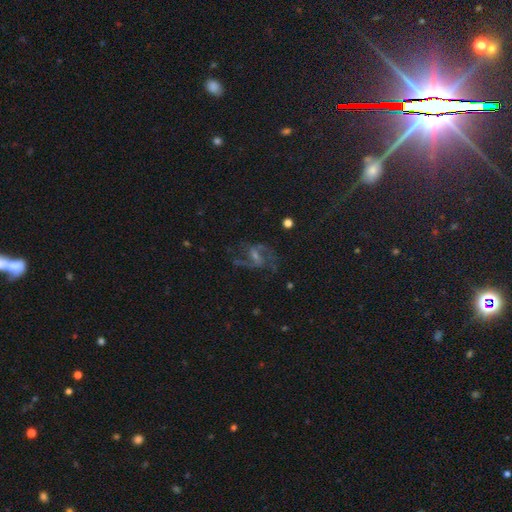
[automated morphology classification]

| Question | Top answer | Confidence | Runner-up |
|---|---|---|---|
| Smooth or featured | featured or disk | 70% | star or artifact (20%) |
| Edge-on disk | no | 96% | yes (4%) |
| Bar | weak | 50% | no (26%) |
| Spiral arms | yes | 92% | no (8%) |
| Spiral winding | medium | 44% | tied: loose (44%) |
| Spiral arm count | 2 | 79% | can't tell (8%) |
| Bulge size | small | 53% | moderate (32%) |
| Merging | none | 65% | minor disturbance (16%) |